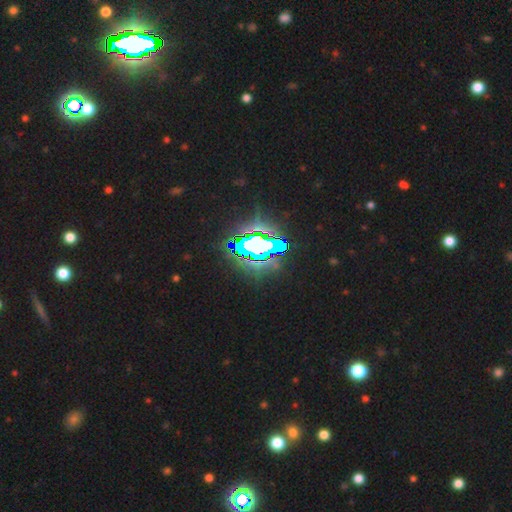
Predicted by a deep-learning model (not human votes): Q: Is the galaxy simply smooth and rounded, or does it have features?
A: star or artifact — 79%.